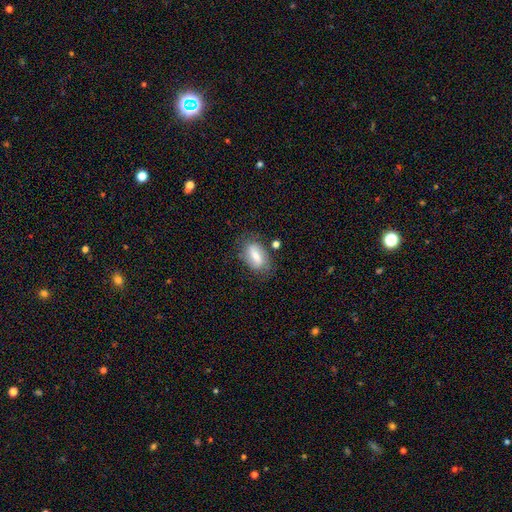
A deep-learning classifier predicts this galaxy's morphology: type=smooth (62%); roundness=in between (87%); merging=none (71%).